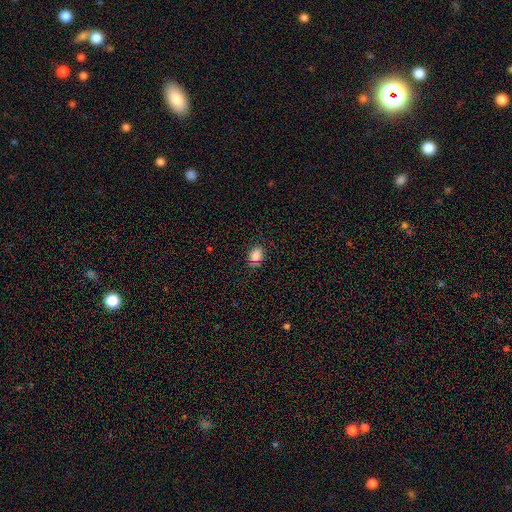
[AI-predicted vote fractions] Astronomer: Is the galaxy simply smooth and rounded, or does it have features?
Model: smooth — 79%.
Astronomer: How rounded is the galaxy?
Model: in between — 63%.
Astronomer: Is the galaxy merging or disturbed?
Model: none — 82%.